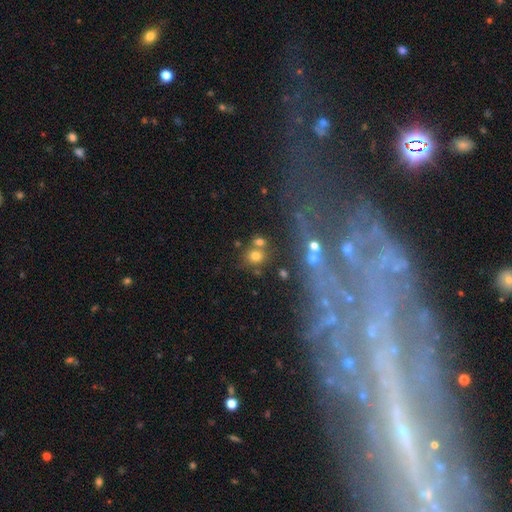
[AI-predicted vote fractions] This is likely a smooth galaxy (71%). How rounded: clearly round (81%). Merging: likely none (63%).